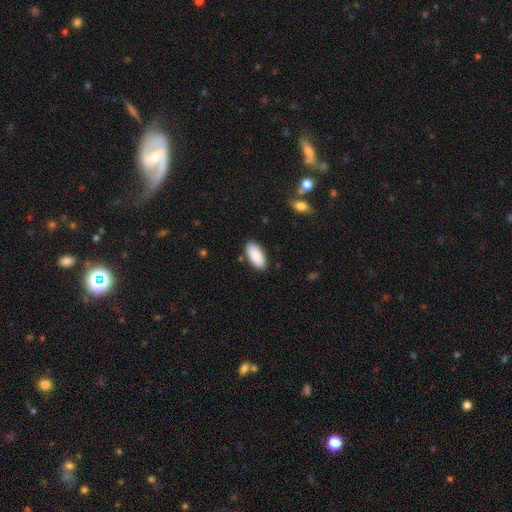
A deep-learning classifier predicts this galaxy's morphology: Smooth or featured? Predicted: smooth (p=0.88). How rounded? Predicted: in between (p=0.90). Merging? Predicted: none (p=0.87).